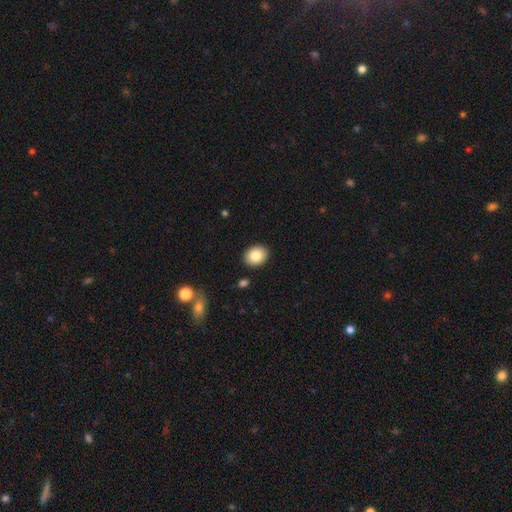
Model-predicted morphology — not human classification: A smooth galaxy with no disk features (84%) that is in between round and cigar-shaped (56%).

Vote fractions:
- Smooth or featured? smooth: 84% / featured or disk: 8% / star or artifact: 8%
- How rounded? in between: 56% / round: 43% / cigar-shaped: 1%
- Merging? none: 90% / minor disturbance: 7% / major disturbance: 2% / merger: 2%